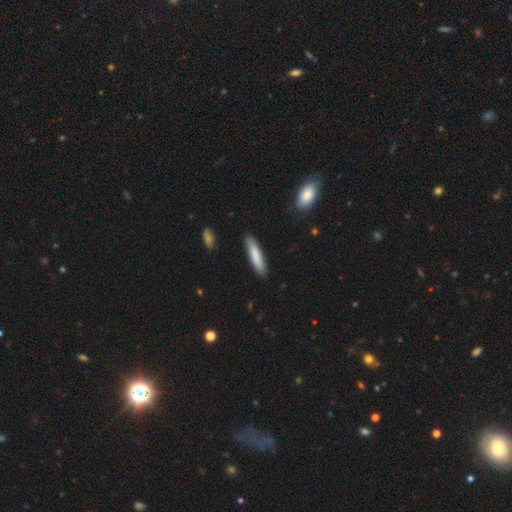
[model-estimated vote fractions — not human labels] Smooth or featured: smooth — 81% (featured or disk — 14%)
How rounded: cigar-shaped — 84% (in between — 15%)
Merging: none — 87% (minor disturbance — 10%)